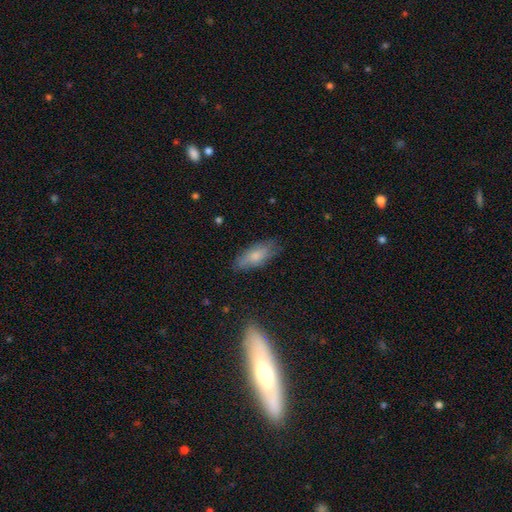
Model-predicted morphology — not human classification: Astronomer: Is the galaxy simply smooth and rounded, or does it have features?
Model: smooth — 75%.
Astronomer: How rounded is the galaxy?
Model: in between — 78%.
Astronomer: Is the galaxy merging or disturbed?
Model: none — 76%.